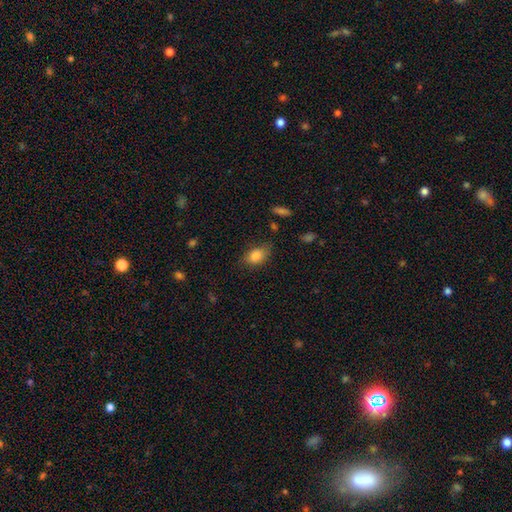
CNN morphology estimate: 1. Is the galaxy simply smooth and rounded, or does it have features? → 85% smooth, 9% star or artifact, 7% featured or disk.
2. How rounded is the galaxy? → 81% in between, 17% round, 2% cigar-shaped.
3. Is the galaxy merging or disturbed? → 72% none, 21% minor disturbance, 5% major disturbance, 2% merger.